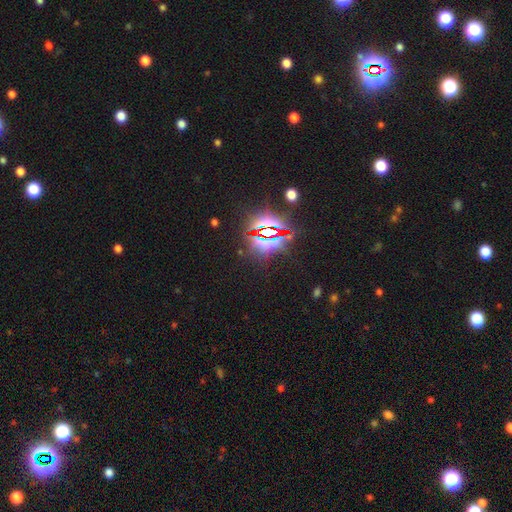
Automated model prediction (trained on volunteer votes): Smooth or featured? Predicted: star or artifact (p=0.85).